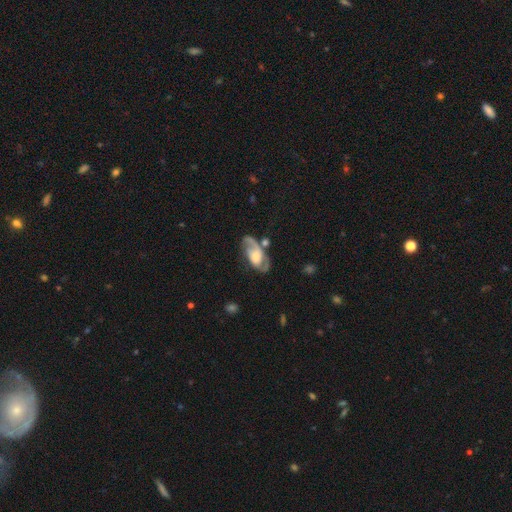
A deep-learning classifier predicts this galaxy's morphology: featured or disk 74%, smooth 20%, star or artifact 6%. Down the decision tree: edge-on disk — no (94%); bar — no (61%); spiral arms — yes (89%); spiral arm count — 2 (73%); spiral winding — medium (47%); bulge size — moderate (36%); merging — none (52%).